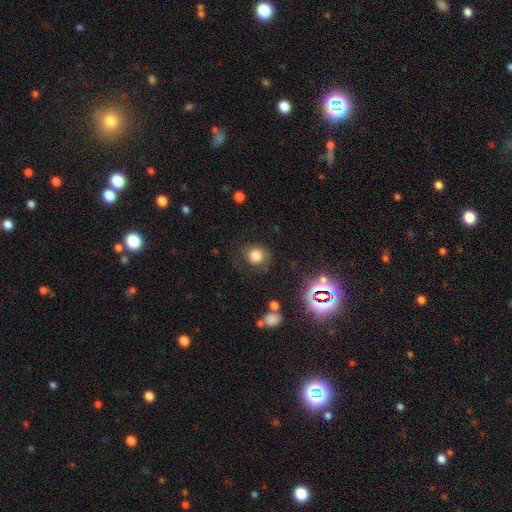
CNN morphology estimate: type=smooth (75%); roundness=round (86%); merging=none (69%).